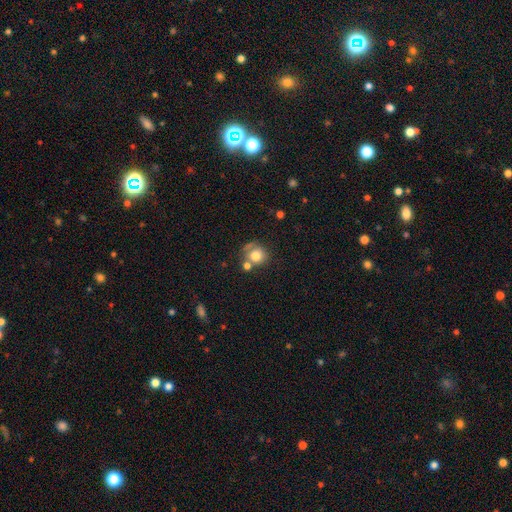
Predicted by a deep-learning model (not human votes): smooth_or_featured: smooth (p=0.75) [alt: featured or disk p=0.15]
how_rounded: round (p=0.82) [alt: in between p=0.17]
merging: none (p=0.48) [alt: merger p=0.26]